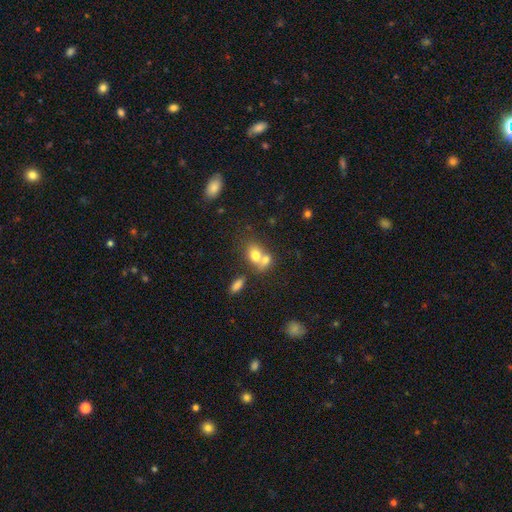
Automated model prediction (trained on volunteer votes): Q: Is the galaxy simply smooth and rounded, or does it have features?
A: smooth — 74%.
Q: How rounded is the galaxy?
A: in between — 68%.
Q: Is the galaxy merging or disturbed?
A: merger — 58%.